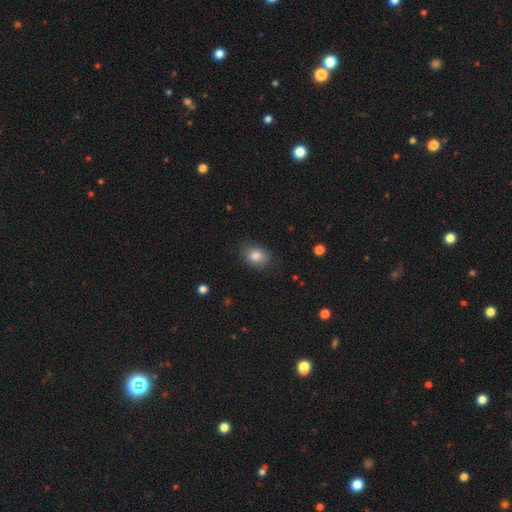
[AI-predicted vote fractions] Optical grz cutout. It shows a smooth galaxy with no disk features (84%) that is in between round and cigar-shaped (64%). Merging: none (77%).